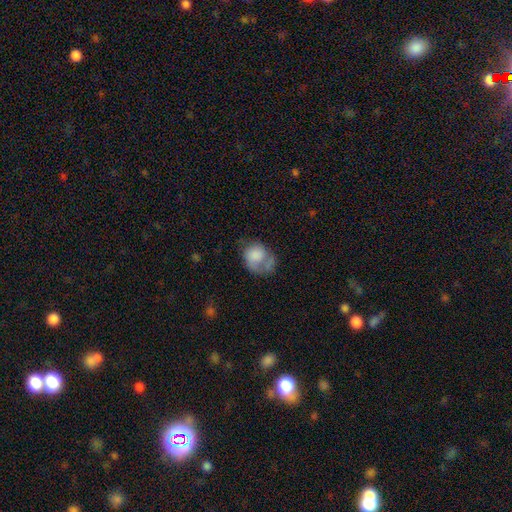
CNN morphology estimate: This is likely a smooth galaxy (63%). How rounded: possibly round (55%). Merging: marginally major disturbance (35%).